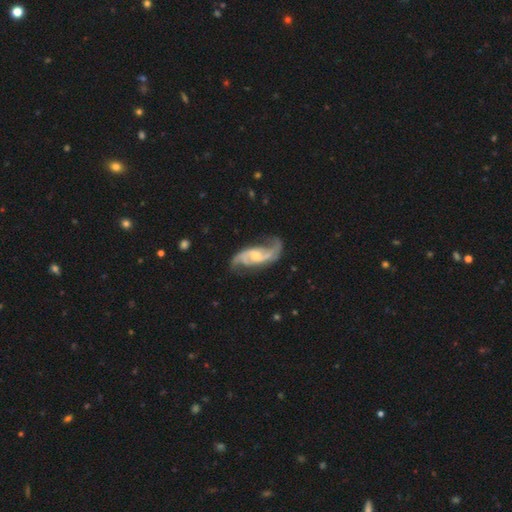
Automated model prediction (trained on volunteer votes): Morphology: type=featured or disk (89%); edge-on=no (96%); bar=no (49%); spiral arms=yes (97%); winding=loose (51%); arm count=2 (90%); bulge=small (46%); merging=none (69%).